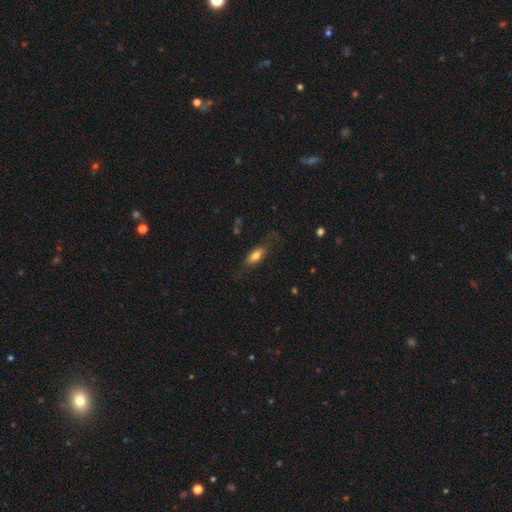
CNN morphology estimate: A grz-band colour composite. It shows a smooth galaxy with no disk features (72%) that is in between round and cigar-shaped (75%). Merging: none (68%).